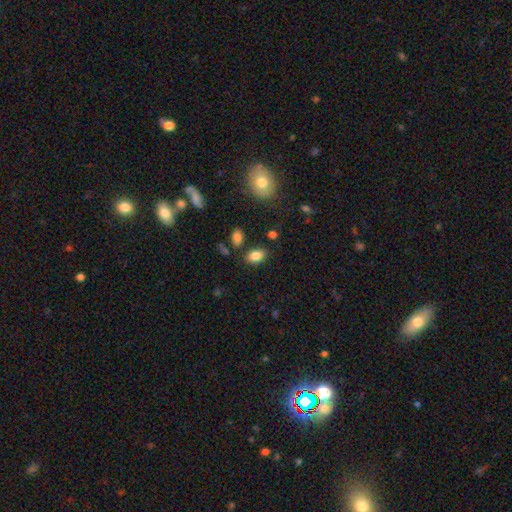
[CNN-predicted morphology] This appears to be a smooth galaxy with no disk features (84%) that is in between round and cigar-shaped (89%). Merging: none (82%).